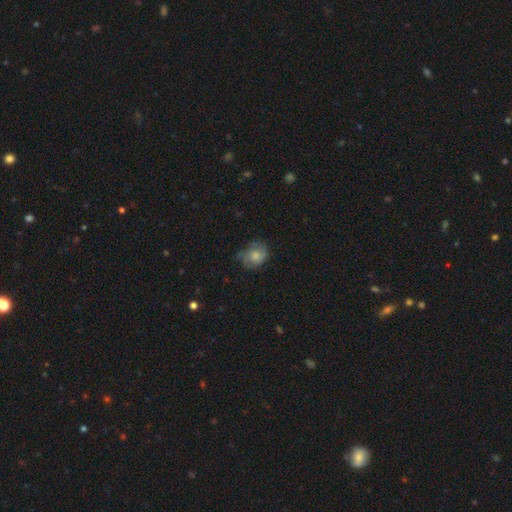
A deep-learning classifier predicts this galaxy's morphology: smooth 65%, featured or disk 26%, star or artifact 9%. Down the decision tree: how rounded — round (59%); merging — none (52%).